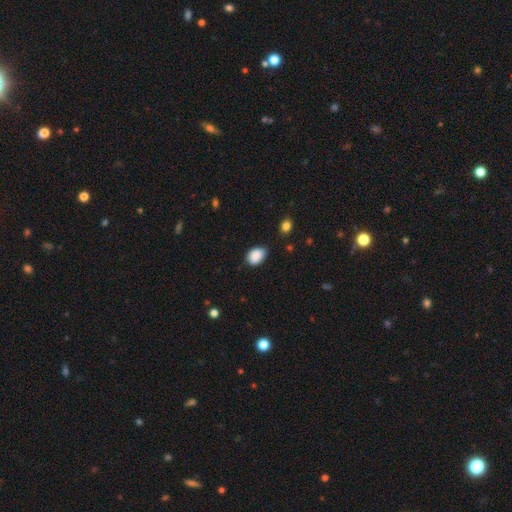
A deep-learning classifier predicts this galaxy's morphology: Smooth or featured?
  - smooth: 88% *
  - star or artifact: 8%
  - featured or disk: 4%
How rounded?
  - in between: 82% *
  - round: 17%
  - cigar-shaped: 1%
Merging?
  - none: 69% *
  - minor disturbance: 25%
  - major disturbance: 4%
  - merger: 2%